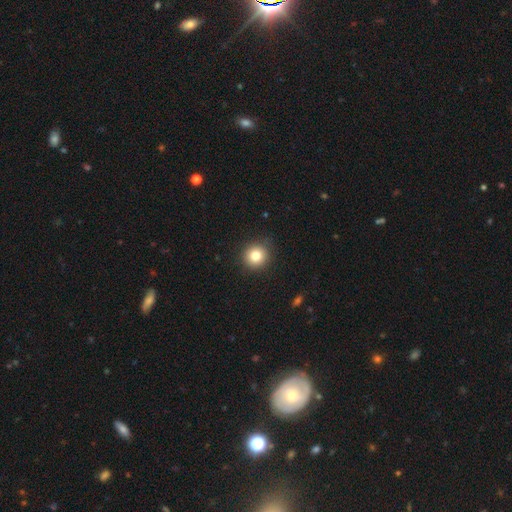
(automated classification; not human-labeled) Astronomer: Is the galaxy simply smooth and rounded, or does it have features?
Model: smooth — 81%.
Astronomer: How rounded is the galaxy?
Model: round — 92%.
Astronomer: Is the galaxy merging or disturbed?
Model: none — 90%.